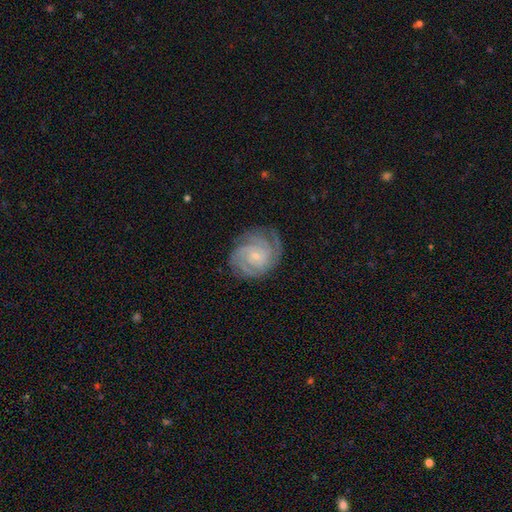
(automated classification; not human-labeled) Smooth or featured?
  - featured or disk: 85% *
  - smooth: 9%
  - star or artifact: 6%
Edge-on disk?
  - no: 98% *
  - yes: 2%
Bar?
  - no: 67% *
  - weak: 27%
  - strong: 5%
Spiral arms?
  - yes: 97% *
  - no: 3%
Spiral winding?
  - tight: 73% *
  - medium: 23%
  - loose: 4%
Spiral arm count?
  - 3: 31% *
  - can't tell: 21%
  - 4: 18%
  - 2: 18%
  - more than 4: 7%
  - 1: 6%
Bulge size?
  - small: 79% *
  - moderate: 16%
  - none: 3%
  - large: 1%
  - dominant: 1%
Merging?
  - none: 75% *
  - minor disturbance: 17%
  - major disturbance: 6%
  - merger: 1%